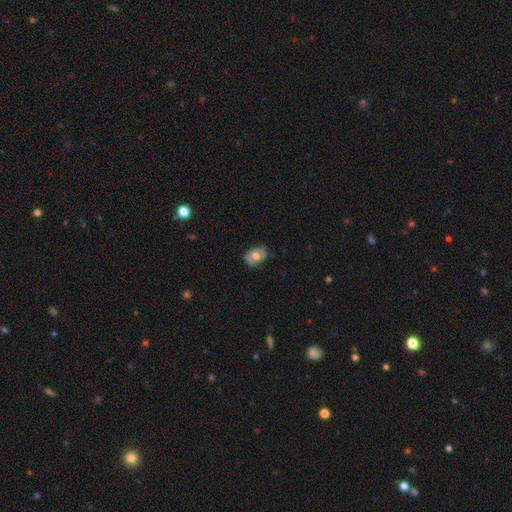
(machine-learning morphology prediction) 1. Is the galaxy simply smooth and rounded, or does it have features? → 52% smooth, 40% featured or disk, 8% star or artifact.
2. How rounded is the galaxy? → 66% in between, 32% round, 1% cigar-shaped.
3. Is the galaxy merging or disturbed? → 77% none, 18% minor disturbance, 4% major disturbance, 1% merger.